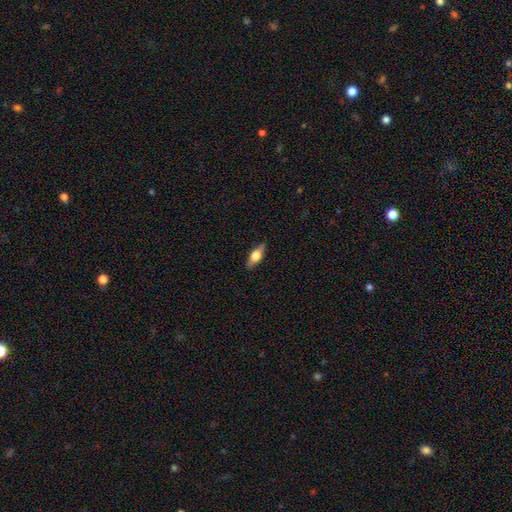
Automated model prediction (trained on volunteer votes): Smooth or featured?
  - smooth: 48% *
  - featured or disk: 45%
  - star or artifact: 7%
Merging?
  - none: 86% *
  - minor disturbance: 10%
  - major disturbance: 2%
  - merger: 1%